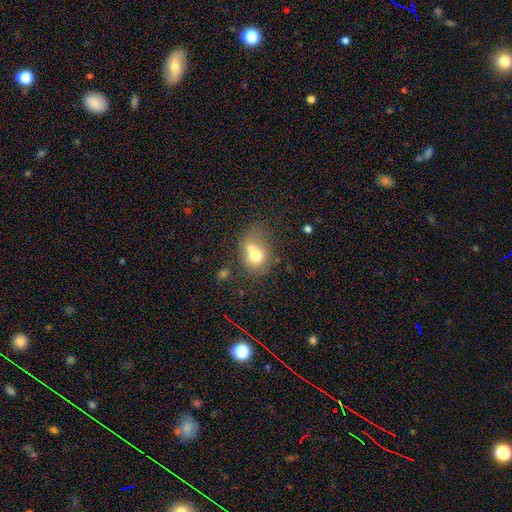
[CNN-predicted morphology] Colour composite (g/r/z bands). It shows a smooth galaxy with no disk features (67%) that is round (59%). Merging: merger (52%).